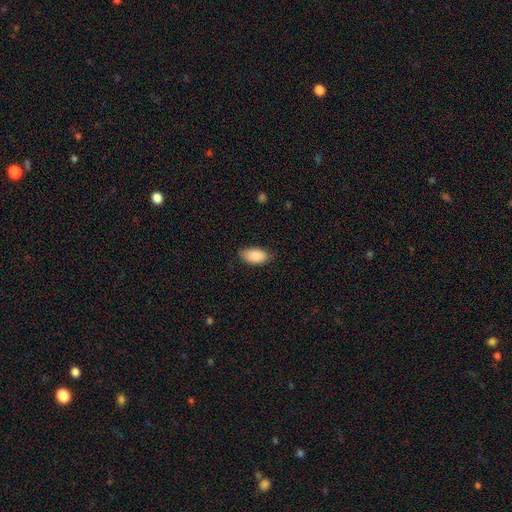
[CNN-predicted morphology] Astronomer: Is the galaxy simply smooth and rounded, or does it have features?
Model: smooth — 89%.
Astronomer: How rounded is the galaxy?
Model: in between — 94%.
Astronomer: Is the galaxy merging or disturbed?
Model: none — 77%.